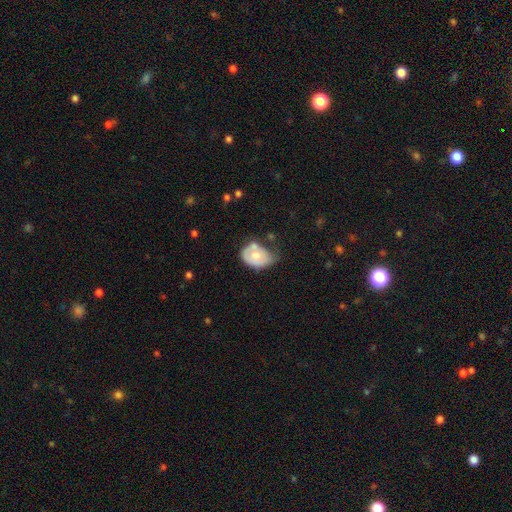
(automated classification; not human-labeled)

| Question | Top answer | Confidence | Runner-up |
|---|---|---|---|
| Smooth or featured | smooth | 58% | featured or disk (36%) |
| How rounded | in between | 72% | round (27%) |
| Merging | minor disturbance | 40% | none (28%) |